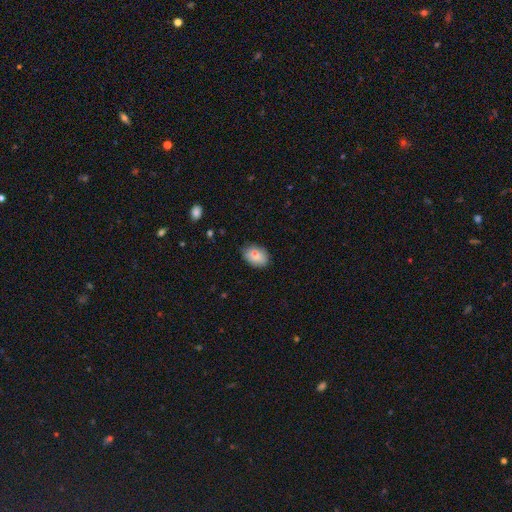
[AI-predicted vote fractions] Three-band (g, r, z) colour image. It shows a smooth galaxy with no disk features (84%) that is in between round and cigar-shaped (85%). Merging: none (79%).